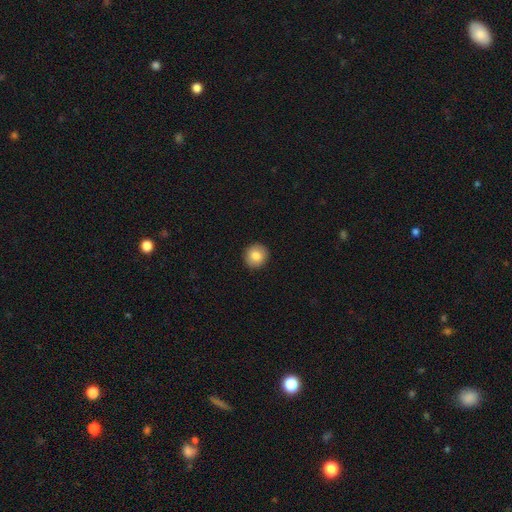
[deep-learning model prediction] This is clearly a smooth galaxy (83%). How rounded: clearly round (92%). Merging: clearly none (92%).